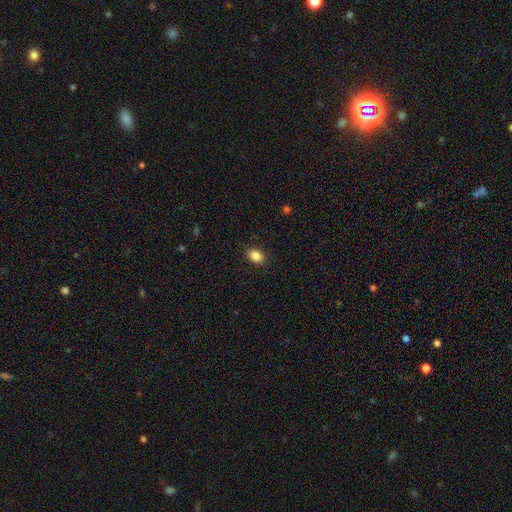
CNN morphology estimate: This appears to be a smooth galaxy with no disk features (87%) that is in between round and cigar-shaped (72%). Merging: none (89%).